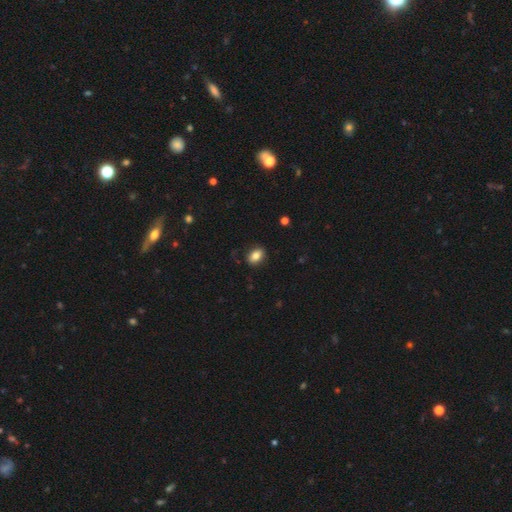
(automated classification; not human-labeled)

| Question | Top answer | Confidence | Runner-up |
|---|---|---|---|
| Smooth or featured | smooth | 84% | star or artifact (9%) |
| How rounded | in between | 80% | round (19%) |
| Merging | none | 86% | minor disturbance (10%) |